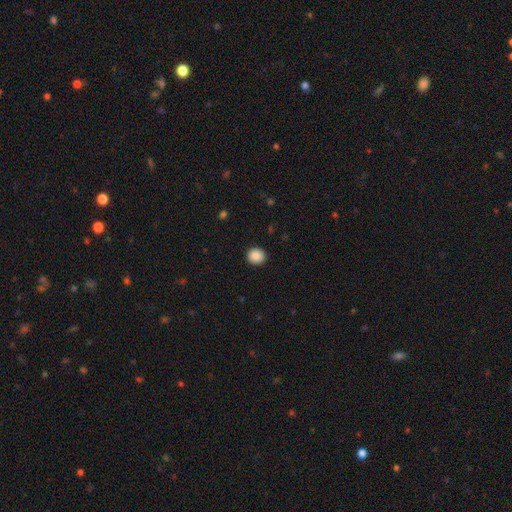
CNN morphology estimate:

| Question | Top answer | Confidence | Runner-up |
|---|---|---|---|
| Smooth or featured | smooth | 88% | star or artifact (9%) |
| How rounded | round | 87% | in between (12%) |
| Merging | none | 92% | minor disturbance (6%) |